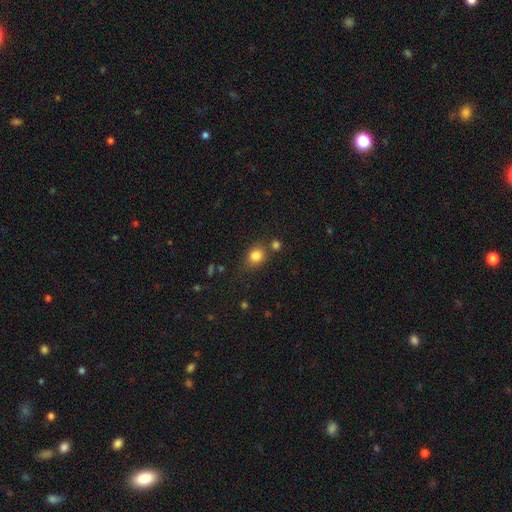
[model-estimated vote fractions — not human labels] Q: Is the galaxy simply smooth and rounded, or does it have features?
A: smooth — 83%.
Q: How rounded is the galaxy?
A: round — 62%.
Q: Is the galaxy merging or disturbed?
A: none — 68%.